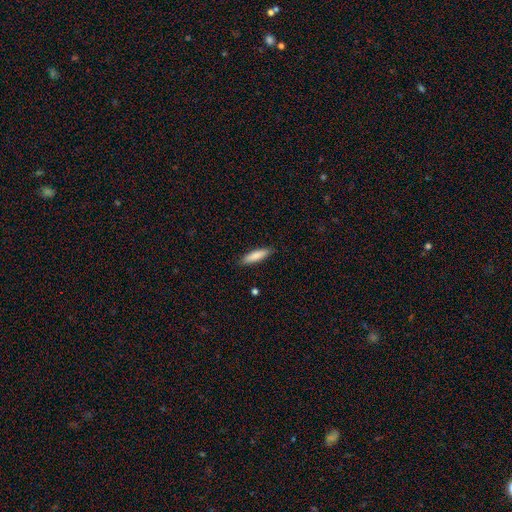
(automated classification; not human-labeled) Smooth or featured?
  - smooth: 84% *
  - featured or disk: 10%
  - star or artifact: 6%
How rounded?
  - cigar-shaped: 73% *
  - in between: 26%
  - round: 1%
Merging?
  - none: 88% *
  - minor disturbance: 9%
  - major disturbance: 2%
  - merger: 1%